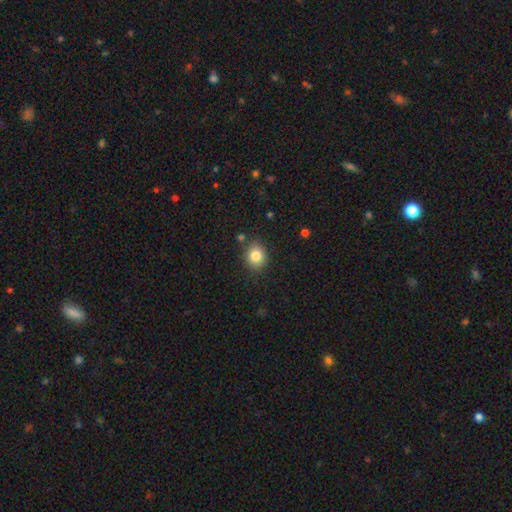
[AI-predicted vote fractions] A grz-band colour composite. It shows a smooth galaxy with no disk features (83%) that is round (63%). Merging: none (83%).